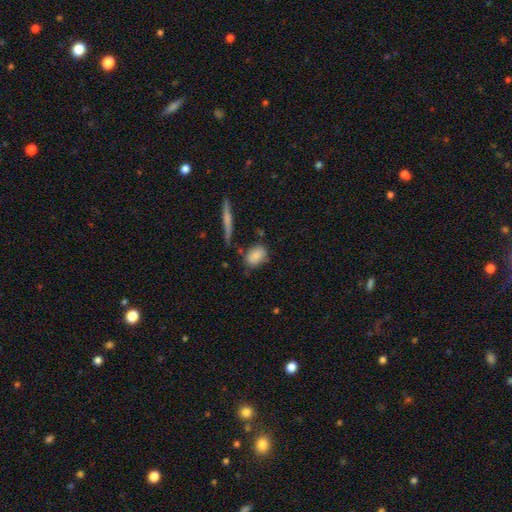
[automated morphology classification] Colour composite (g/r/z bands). It shows a smooth galaxy with no disk features (85%) that is in between round and cigar-shaped (84%). Merging: none (67%).